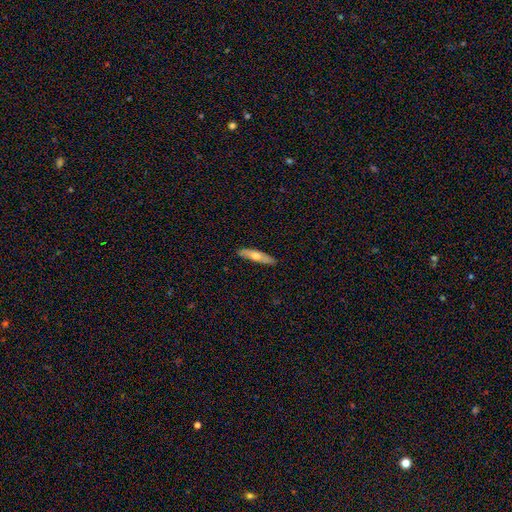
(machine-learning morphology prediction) smooth 56%, featured or disk 38%, star or artifact 6%. Down the decision tree: how rounded — cigar-shaped (78%); merging — none (89%).